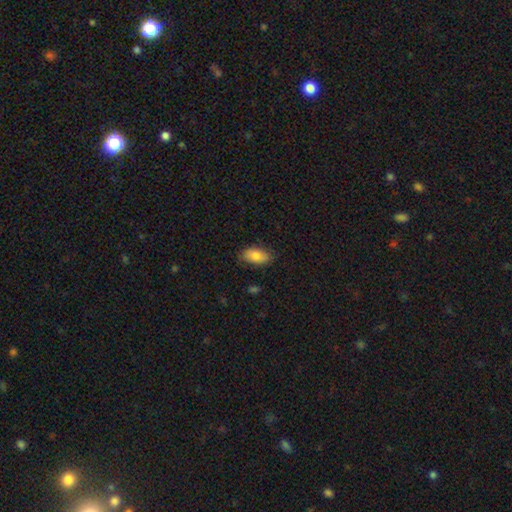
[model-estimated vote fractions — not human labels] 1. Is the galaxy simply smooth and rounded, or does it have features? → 81% smooth, 12% featured or disk, 7% star or artifact.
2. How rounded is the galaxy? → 92% in between, 4% round, 4% cigar-shaped.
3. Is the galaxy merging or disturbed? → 80% none, 16% minor disturbance, 3% major disturbance, 1% merger.